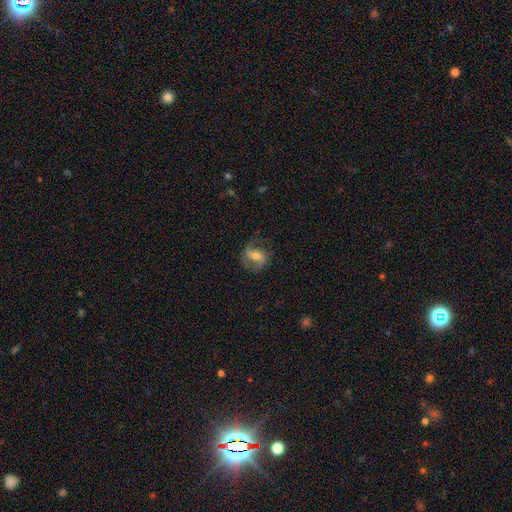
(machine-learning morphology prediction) The model was most divided on "spiral winding": medium: 43%, loose: 41%, tight: 16%. Remaining: edge-on disk — no (96%); spiral arms — yes (88%); spiral arm count — 2 (78%); smooth or featured — featured or disk (68%); merging — none (66%); bulge size — moderate (59%); bar — weak (41%).